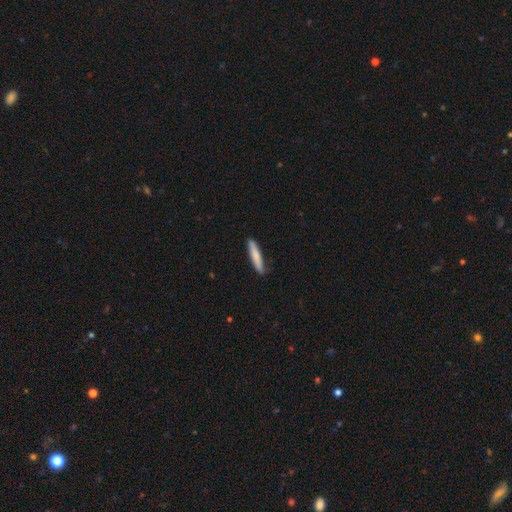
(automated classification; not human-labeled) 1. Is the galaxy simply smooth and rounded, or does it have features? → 77% smooth, 18% featured or disk, 5% star or artifact.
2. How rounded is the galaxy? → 92% cigar-shaped, 7% in between, 1% round.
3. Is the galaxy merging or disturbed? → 84% none, 13% minor disturbance, 2% major disturbance, 1% merger.